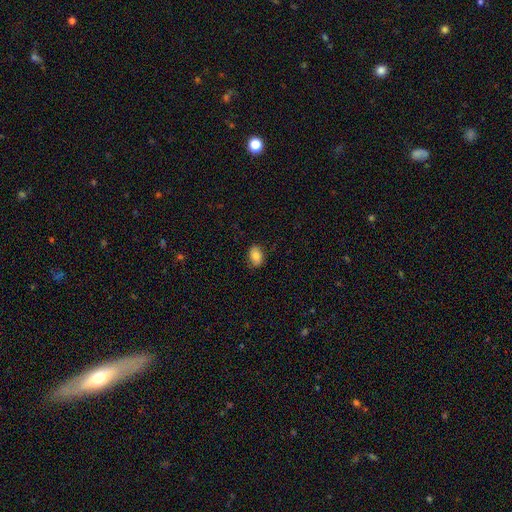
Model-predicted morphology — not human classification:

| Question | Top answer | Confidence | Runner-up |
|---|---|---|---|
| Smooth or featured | smooth | 78% | featured or disk (14%) |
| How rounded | in between | 81% | round (18%) |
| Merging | none | 81% | minor disturbance (15%) |